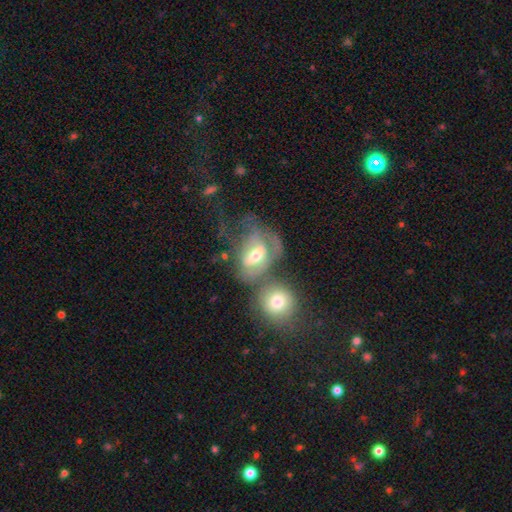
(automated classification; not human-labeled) Smooth or featured? featured or disk (59%)
Edge-on disk? no (95%)
Bar? no (46%)
Spiral arms? yes (59%)
Bulge size? moderate (68%)
Merging? merger (43%)